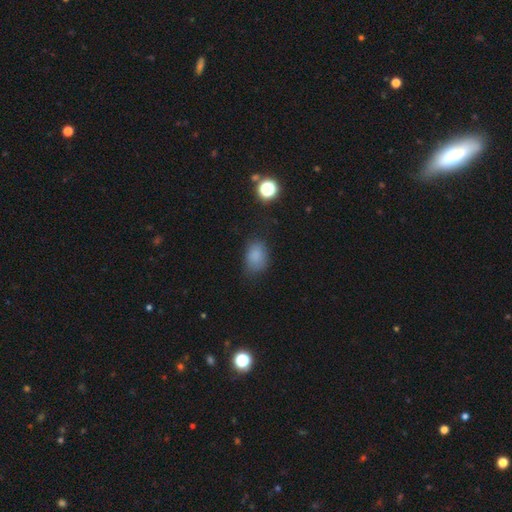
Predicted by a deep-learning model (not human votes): Overall: smooth (82%). How rounded: in between (72%). Merging: none (72%).